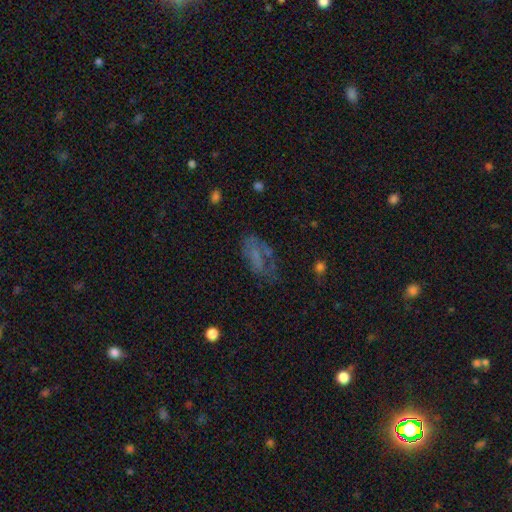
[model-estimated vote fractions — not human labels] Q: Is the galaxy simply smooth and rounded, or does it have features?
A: featured or disk — 41%.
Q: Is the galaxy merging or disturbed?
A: none — 46%.